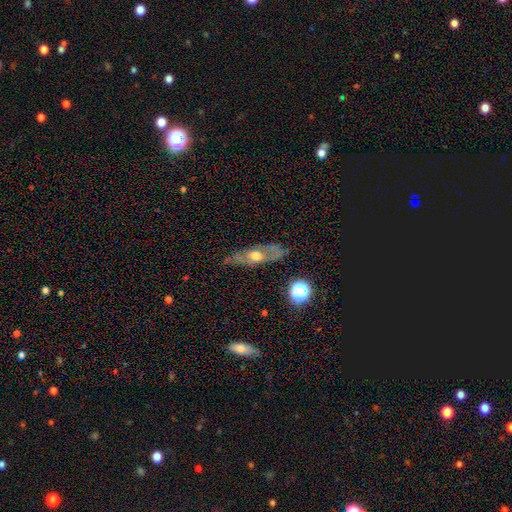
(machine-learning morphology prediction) type=featured or disk (56%); edge-on=no (52%); merging=none (72%).